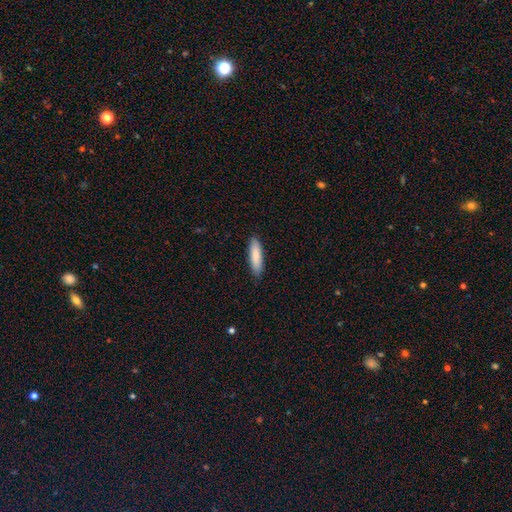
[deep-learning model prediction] This is clearly a smooth galaxy (85%). How rounded: likely cigar-shaped (65%). Merging: clearly none (89%).